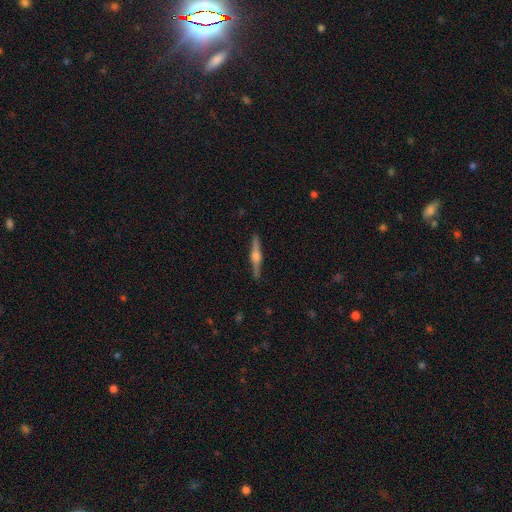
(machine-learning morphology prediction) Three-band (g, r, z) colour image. It shows a featured or disk galaxy (80%) viewed edge-on (98%) with a rounded central bulge (89%). Merging: none (92%).